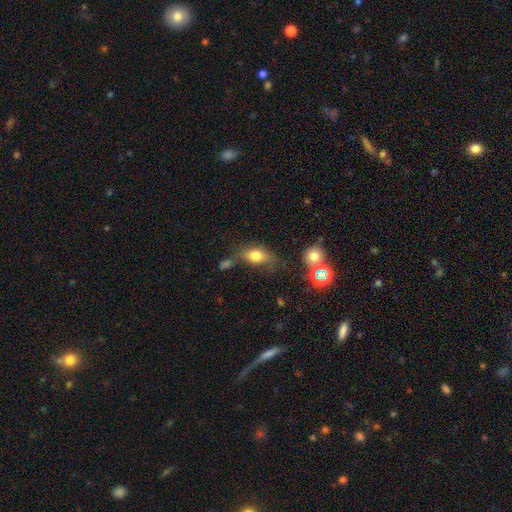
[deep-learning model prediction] A smooth galaxy with no disk features (75%) that is in between round and cigar-shaped (80%).

Vote fractions:
- Smooth or featured? smooth: 75% / featured or disk: 13% / star or artifact: 11%
- How rounded? in between: 80% / round: 16% / cigar-shaped: 5%
- Merging? none: 52% / minor disturbance: 25% / major disturbance: 12% / merger: 11%